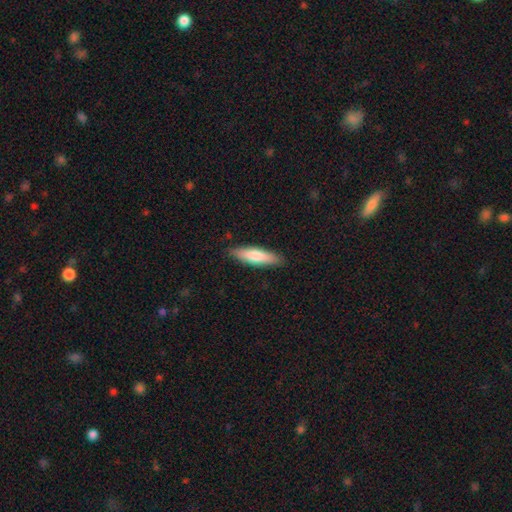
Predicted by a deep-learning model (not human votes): Overall: smooth (76%). How rounded: cigar-shaped (66%; in between 33%). Merging: none (86%).